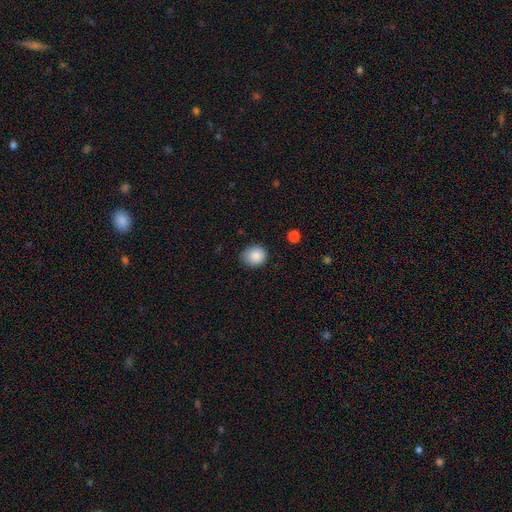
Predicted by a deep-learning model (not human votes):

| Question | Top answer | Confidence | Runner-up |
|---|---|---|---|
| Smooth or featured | smooth | 87% | star or artifact (9%) |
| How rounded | round | 75% | in between (24%) |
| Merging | none | 75% | minor disturbance (20%) |